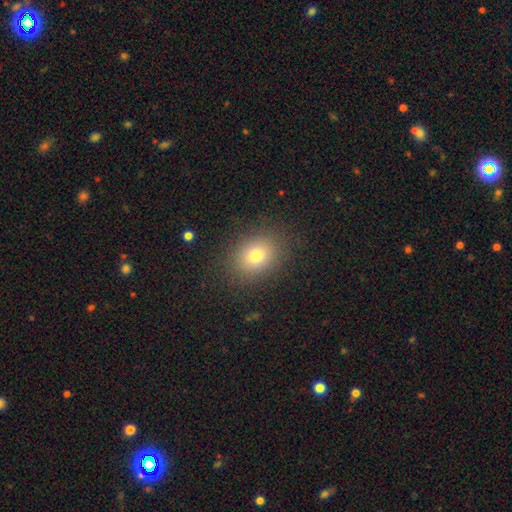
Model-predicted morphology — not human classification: Q: Smooth or featured?
A: smooth (78%); runner-up: star or artifact (13%)
Q: How rounded?
A: in between (53%); runner-up: round (46%)
Q: Merging?
A: none (87%); runner-up: minor disturbance (9%)